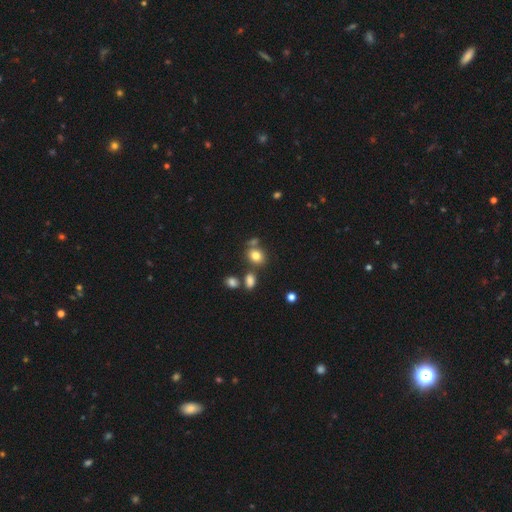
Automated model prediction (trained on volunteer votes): The model was most divided on "how rounded": round: 60%, in between: 39%, cigar-shaped: 1%. More confident: smooth or featured — smooth (80%); merging — none (66%).